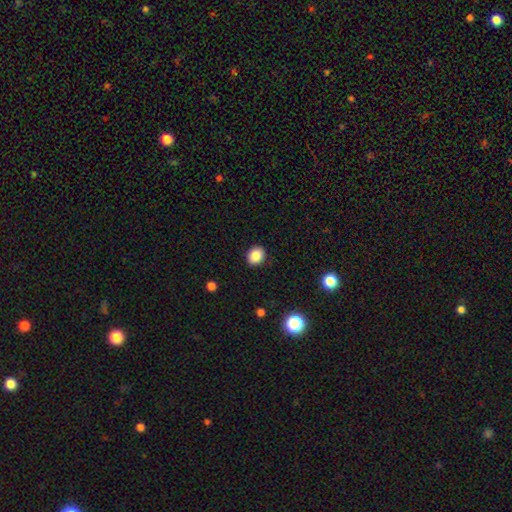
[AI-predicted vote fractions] Overall: smooth (87%). How rounded: round (63%; in between 36%). Merging: none (90%).